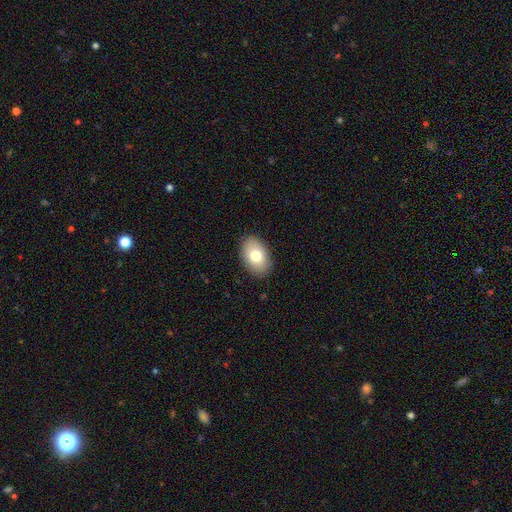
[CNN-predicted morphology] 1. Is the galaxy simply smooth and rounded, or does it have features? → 78% smooth, 15% featured or disk, 8% star or artifact.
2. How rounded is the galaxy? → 89% in between, 10% round, 1% cigar-shaped.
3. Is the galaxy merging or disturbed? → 88% none, 9% minor disturbance, 2% major disturbance, 1% merger.